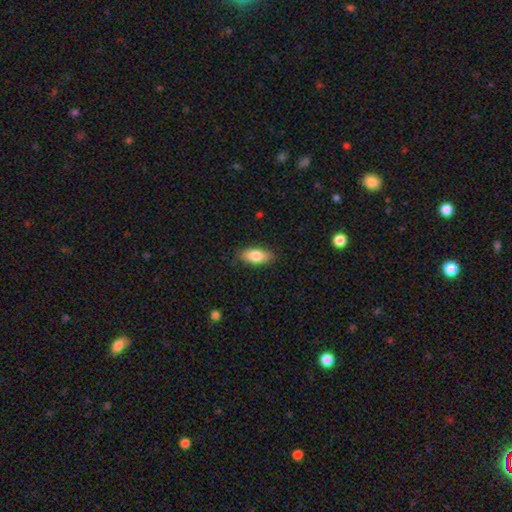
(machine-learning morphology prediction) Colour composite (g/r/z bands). It shows a smooth galaxy with no disk features (81%) that is in between round and cigar-shaped (85%). Merging: none (86%).